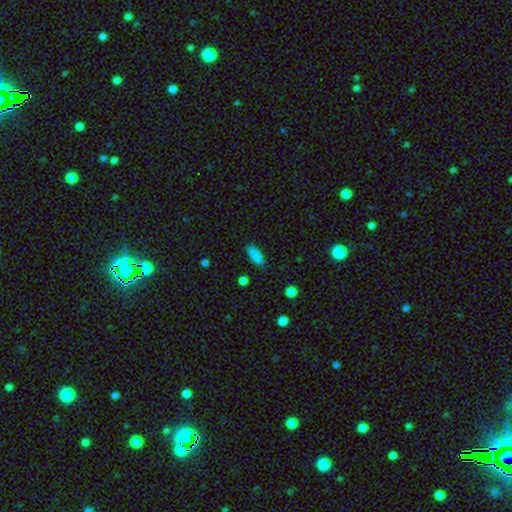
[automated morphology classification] Smooth or featured?
  - smooth: 86% *
  - star or artifact: 9%
  - featured or disk: 5%
How rounded?
  - in between: 66% *
  - cigar-shaped: 32%
  - round: 2%
Merging?
  - none: 81% *
  - minor disturbance: 14%
  - major disturbance: 3%
  - merger: 2%